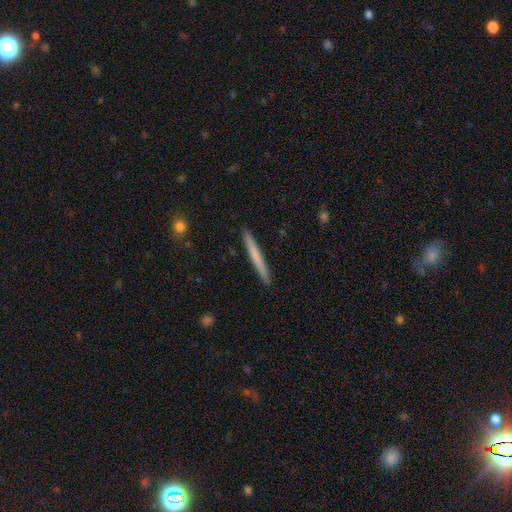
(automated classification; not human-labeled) Smooth or featured: smooth — 63% (featured or disk — 32%)
How rounded: cigar-shaped — 97% (in between — 2%)
Merging: none — 92% (minor disturbance — 5%)